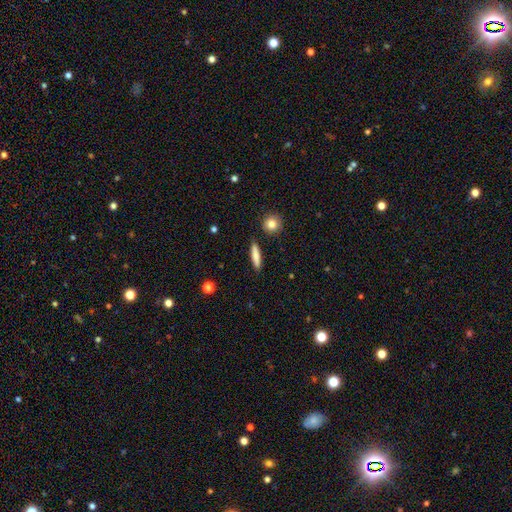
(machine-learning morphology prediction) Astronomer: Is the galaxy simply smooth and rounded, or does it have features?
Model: smooth — 77%.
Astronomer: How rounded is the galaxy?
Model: cigar-shaped — 82%.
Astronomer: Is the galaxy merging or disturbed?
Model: none — 88%.